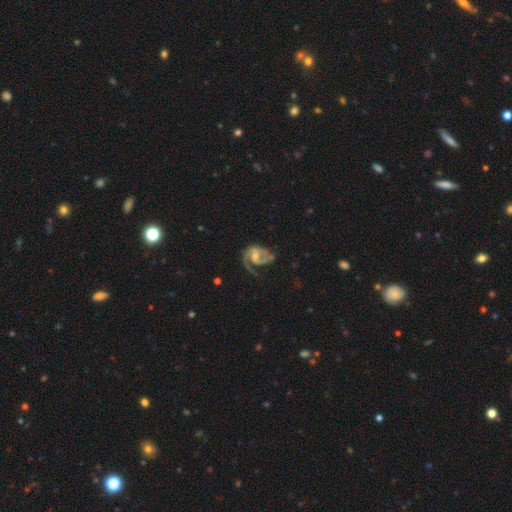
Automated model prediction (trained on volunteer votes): Morphology: type=featured or disk (81%); edge-on=no (98%); bar=no (45%); spiral arms=yes (92%); winding=medium (46%); arm count=2 (50%); bulge=moderate (42%, tied with small); merging=none (40%).